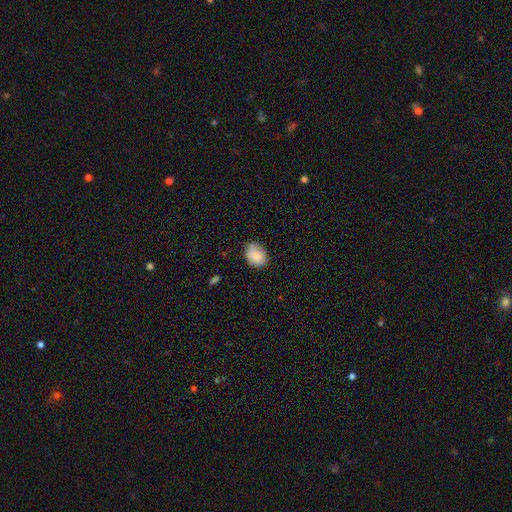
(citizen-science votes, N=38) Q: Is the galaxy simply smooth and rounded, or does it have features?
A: smooth — 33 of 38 (87%).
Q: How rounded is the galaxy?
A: in between — 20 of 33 (61%).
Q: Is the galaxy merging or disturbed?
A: none — 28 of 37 (76%).